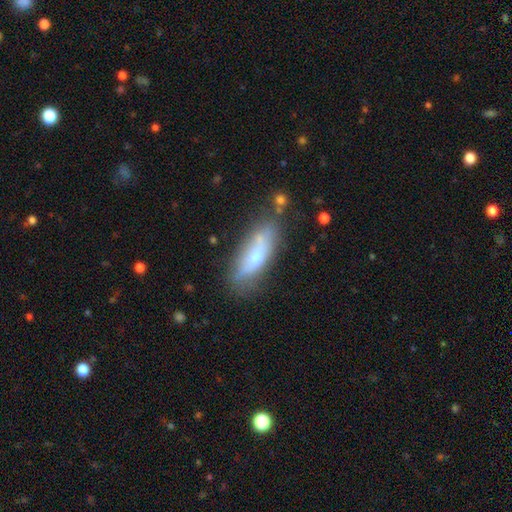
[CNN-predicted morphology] Smooth or featured: smooth — 54% (featured or disk — 38%)
How rounded: in between — 54% (cigar-shaped — 43%)
Merging: none — 57% (minor disturbance — 25%)